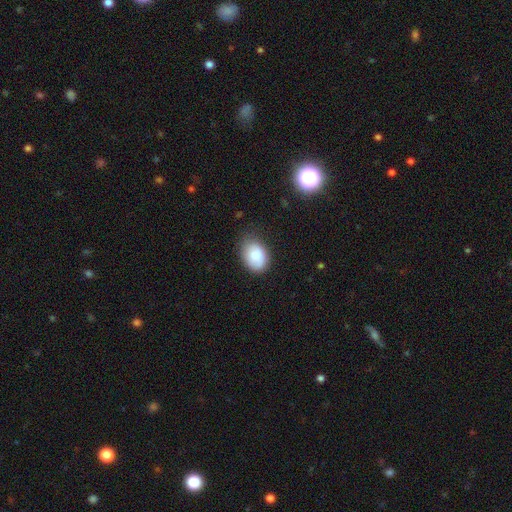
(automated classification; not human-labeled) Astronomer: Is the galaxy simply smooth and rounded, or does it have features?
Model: smooth — 84%.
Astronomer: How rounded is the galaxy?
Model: in between — 77%.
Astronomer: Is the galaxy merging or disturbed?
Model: none — 67%.